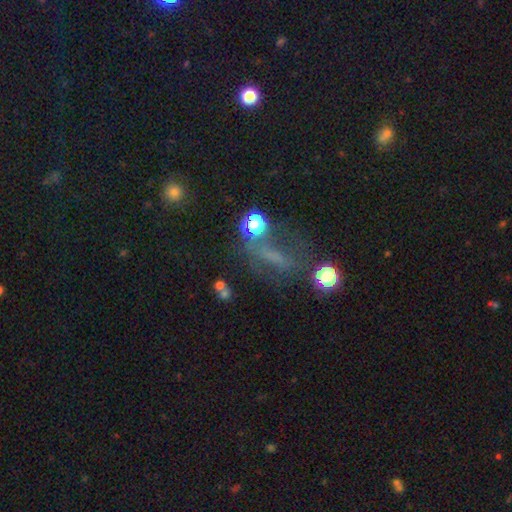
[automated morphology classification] Q: Smooth or featured?
A: star or artifact (42%); runner-up: smooth (30%)